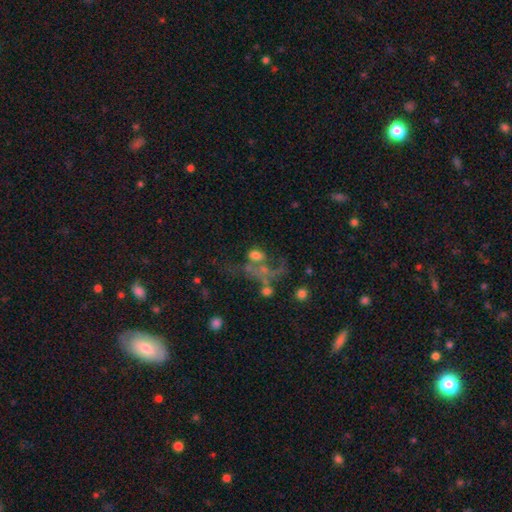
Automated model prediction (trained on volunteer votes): Smooth or featured? smooth (45%)
Merging? major disturbance (37%)